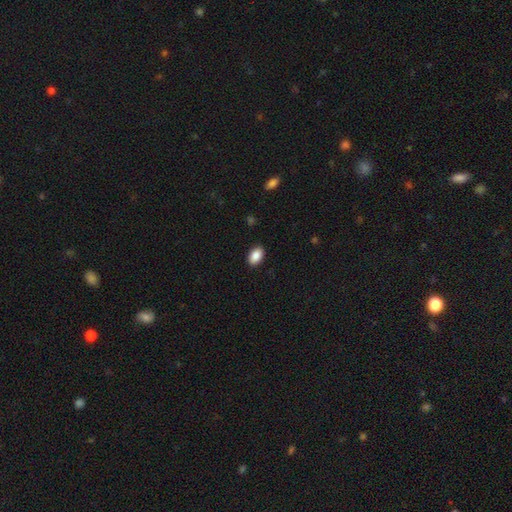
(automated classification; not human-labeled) Q: Smooth or featured?
A: smooth (89%); runner-up: star or artifact (7%)
Q: How rounded?
A: in between (92%); runner-up: round (7%)
Q: Merging?
A: none (90%); runner-up: minor disturbance (7%)